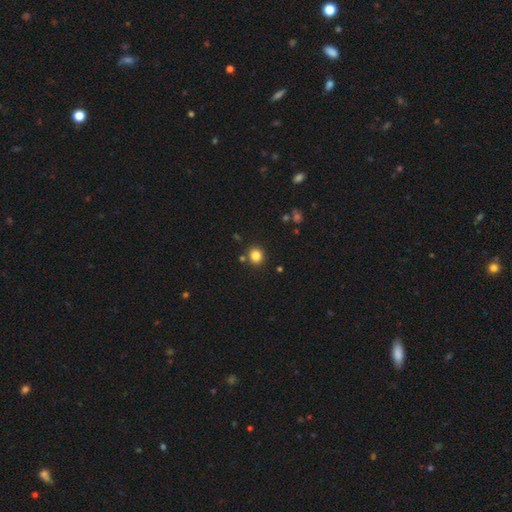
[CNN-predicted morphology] Smooth or featured: smooth — 83% (star or artifact — 12%)
How rounded: round — 87% (in between — 13%)
Merging: none — 84% (minor disturbance — 8%)